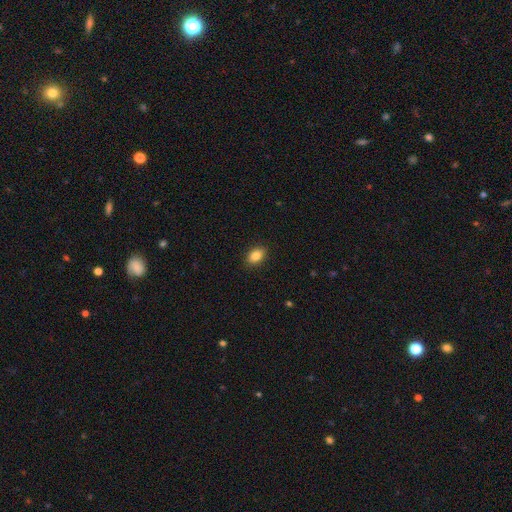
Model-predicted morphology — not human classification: smooth 86%, star or artifact 8%, featured or disk 5%. Down the decision tree: how rounded — in between (84%); merging — none (89%).